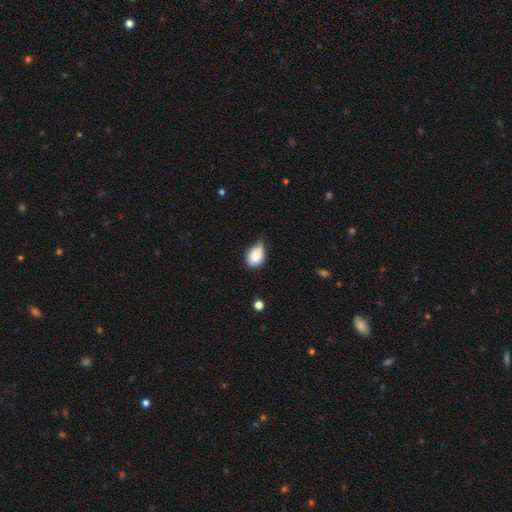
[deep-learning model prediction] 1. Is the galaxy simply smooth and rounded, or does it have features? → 84% smooth, 9% featured or disk, 8% star or artifact.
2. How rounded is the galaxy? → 81% in between, 18% round, 2% cigar-shaped.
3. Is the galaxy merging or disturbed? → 49% minor disturbance, 40% none, 8% major disturbance, 3% merger.